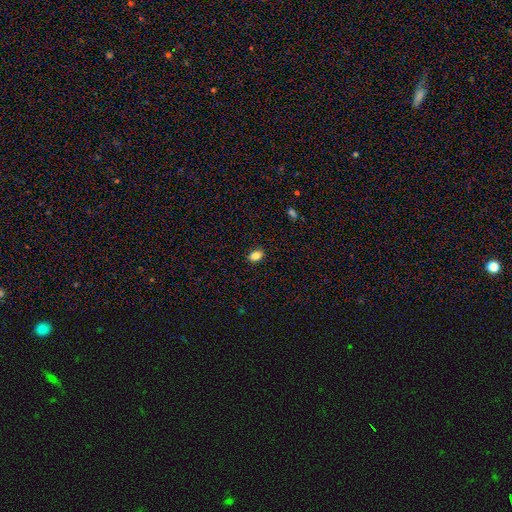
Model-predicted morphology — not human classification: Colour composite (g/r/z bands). It shows a smooth galaxy with no disk features (85%) that is in between round and cigar-shaped (81%). Merging: none (88%).